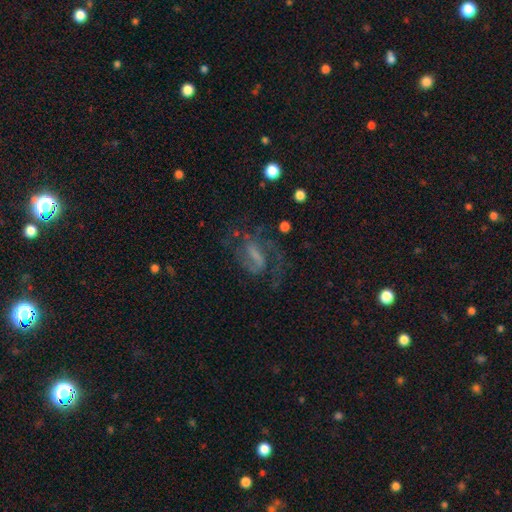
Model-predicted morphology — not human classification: This is likely a featured or disk galaxy (75%). It is clearly not viewed edge-on (97%). Bar: marginally weak (44%). Spiral arm pattern: clearly yes (90%). Spiral arm count: likely 2 (71%). Spiral winding: possibly medium (52%). Central bulge: marginally none (42%). Merging: possibly none (56%).